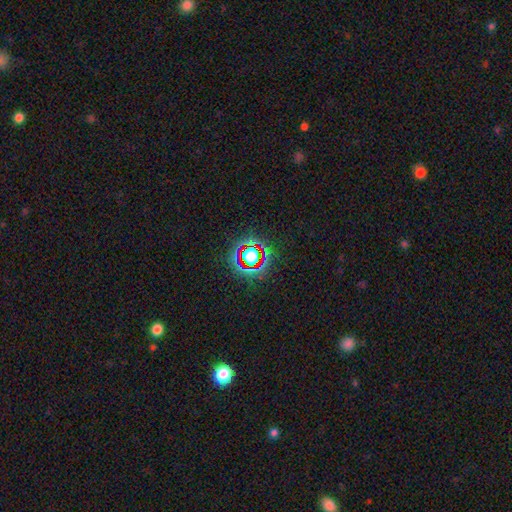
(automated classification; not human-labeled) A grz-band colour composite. It shows a star or artifact, not a galaxy (79%).